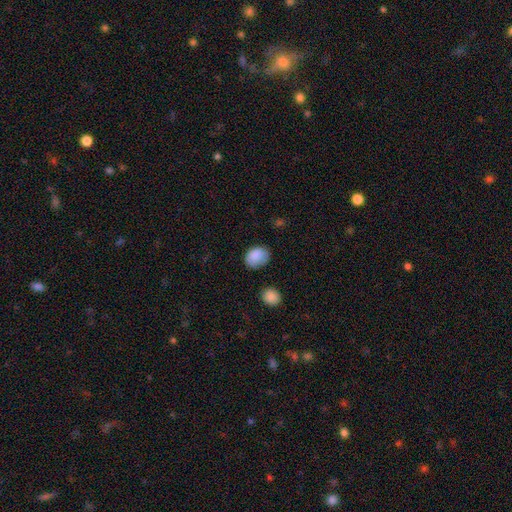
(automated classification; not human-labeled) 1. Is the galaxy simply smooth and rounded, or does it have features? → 88% smooth, 8% star or artifact, 4% featured or disk.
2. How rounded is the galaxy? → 63% in between, 36% round, 1% cigar-shaped.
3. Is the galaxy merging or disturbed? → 71% none, 22% minor disturbance, 5% major disturbance, 2% merger.